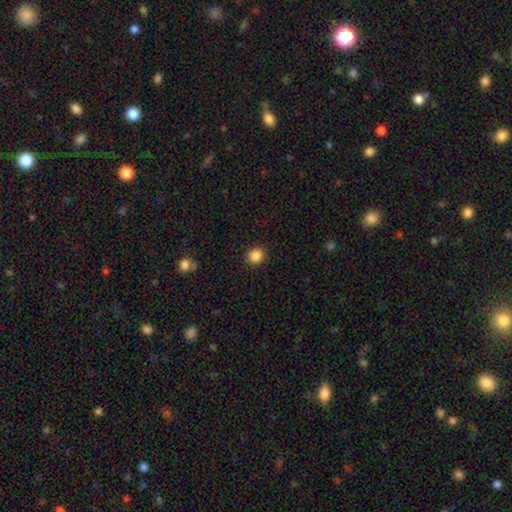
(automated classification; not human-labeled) smooth_or_featured: smooth (p=0.87) [alt: star or artifact p=0.10]
how_rounded: round (p=0.85) [alt: in between p=0.14]
merging: none (p=0.91) [alt: minor disturbance p=0.06]